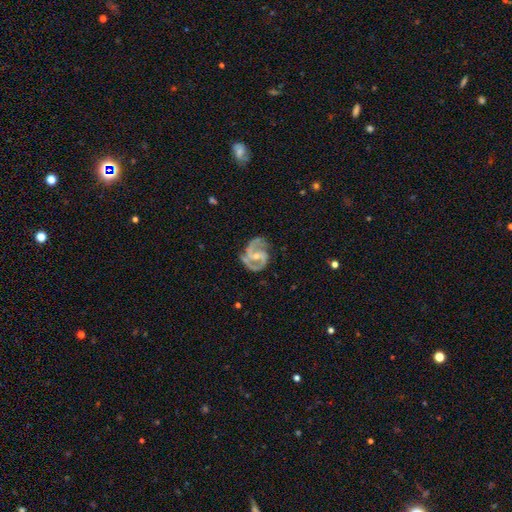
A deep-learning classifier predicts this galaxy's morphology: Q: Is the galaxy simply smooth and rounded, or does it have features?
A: featured or disk — 91%.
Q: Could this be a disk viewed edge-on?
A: no — 98%.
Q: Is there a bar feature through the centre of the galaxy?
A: weak — 41%, tied with no.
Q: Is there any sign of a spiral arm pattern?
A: yes — 97%.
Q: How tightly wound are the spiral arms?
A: medium — 57%.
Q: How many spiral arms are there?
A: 2 — 82%.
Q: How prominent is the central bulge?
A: small — 56%.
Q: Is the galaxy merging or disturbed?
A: none — 64%.